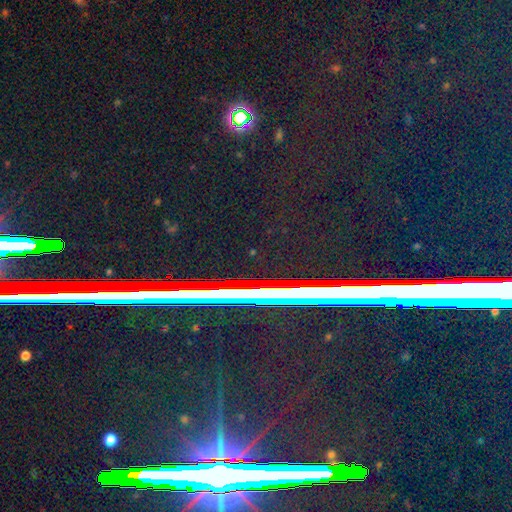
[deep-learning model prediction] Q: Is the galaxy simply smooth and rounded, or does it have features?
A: star or artifact — 77%.